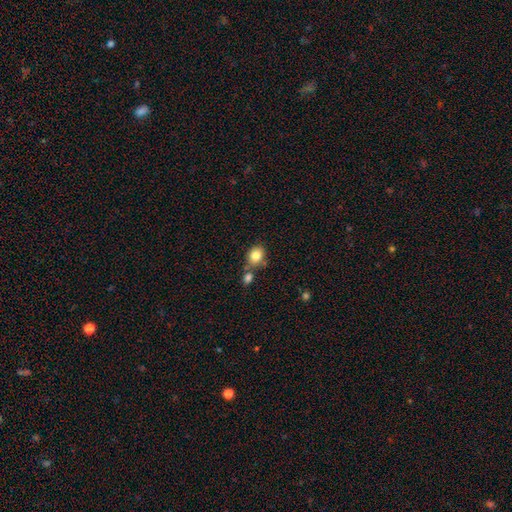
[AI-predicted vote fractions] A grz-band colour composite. It shows a smooth galaxy with no disk features (82%) that is round (55%). Merging: none (60%).